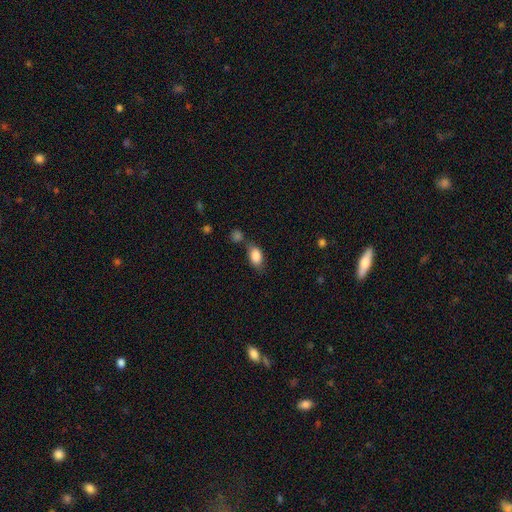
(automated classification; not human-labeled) Overall: smooth (85%). How rounded: in between (90%). Merging: none (61%).